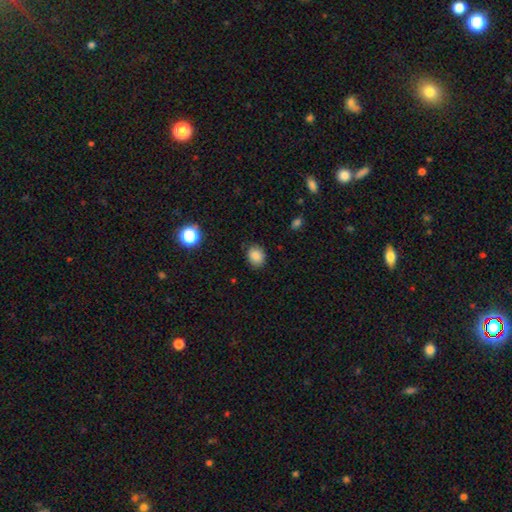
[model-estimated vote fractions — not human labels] smooth-or-featured: smooth: 85% | star or artifact: 11% | featured or disk: 5%
  how-rounded: round: 54% | in between: 46% | cigar-shaped: 1%
  merging: none: 80% | minor disturbance: 15% | major disturbance: 3% | merger: 1%